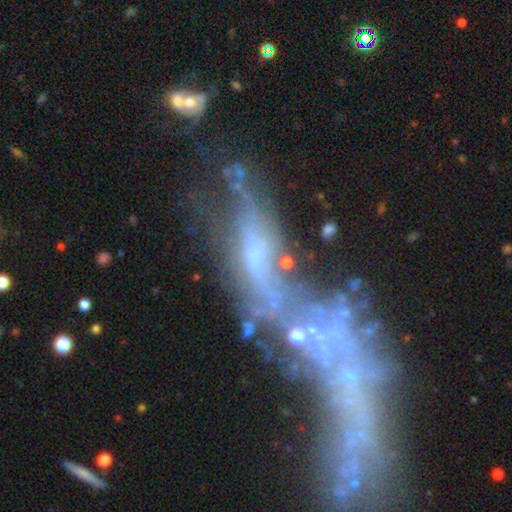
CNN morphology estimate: Smooth or featured: featured or disk — 63% (smooth — 21%)
Edge-on disk: no — 73% (yes — 27%)
Merging: merger — 31% (major disturbance — 29%)